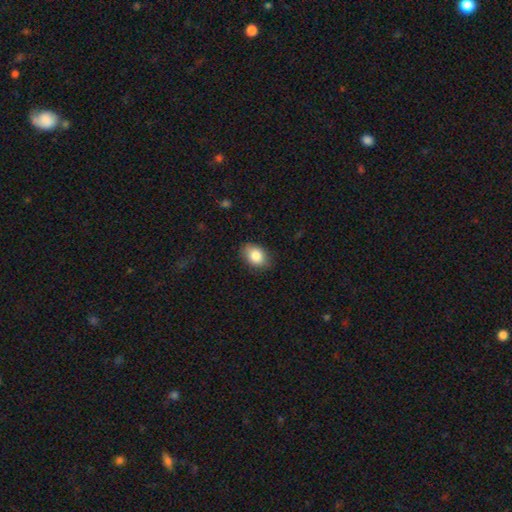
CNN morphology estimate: Overall: smooth (83%). How rounded: in between (76%). Merging: none (81%).